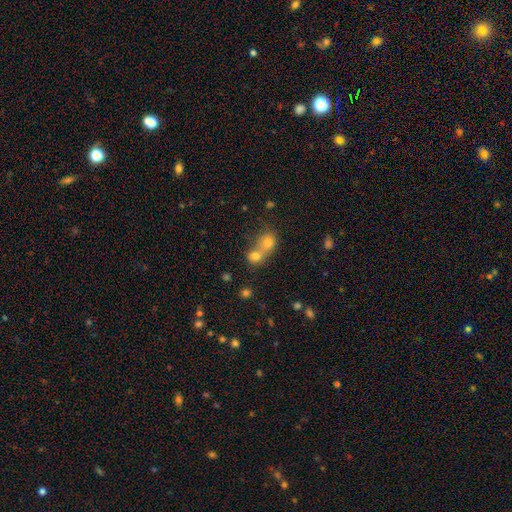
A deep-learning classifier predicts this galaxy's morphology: Overall: smooth (60%; star or artifact 26%). How rounded: round (77%). Merging: merger (51%; none 39%).